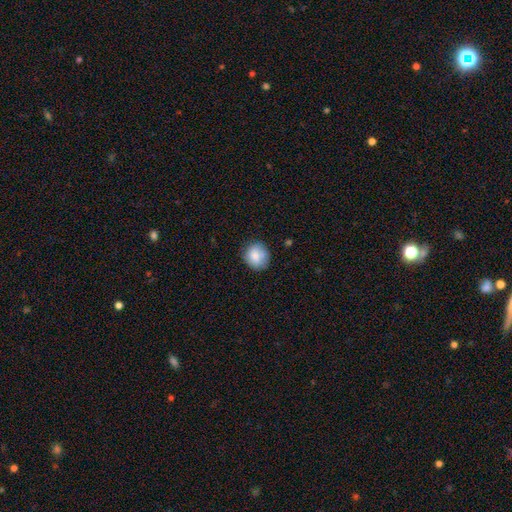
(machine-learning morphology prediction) Smooth or featured?
  - smooth: 83% *
  - featured or disk: 9%
  - star or artifact: 8%
How rounded?
  - round: 80% *
  - in between: 19%
  - cigar-shaped: 1%
Merging?
  - none: 79% *
  - minor disturbance: 16%
  - major disturbance: 3%
  - merger: 2%